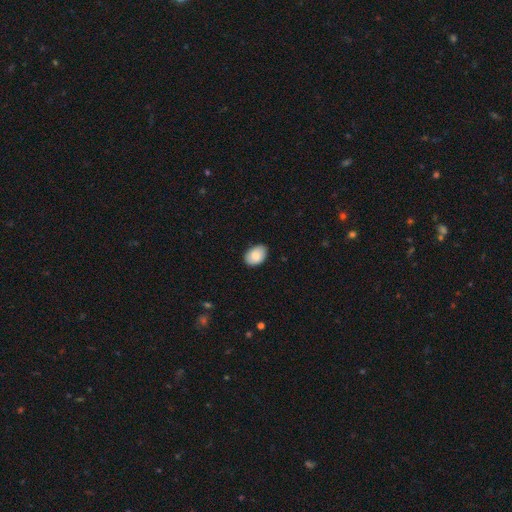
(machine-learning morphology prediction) Smooth or featured: smooth — 86% (featured or disk — 8%)
How rounded: in between — 85% (round — 14%)
Merging: none — 84% (minor disturbance — 13%)